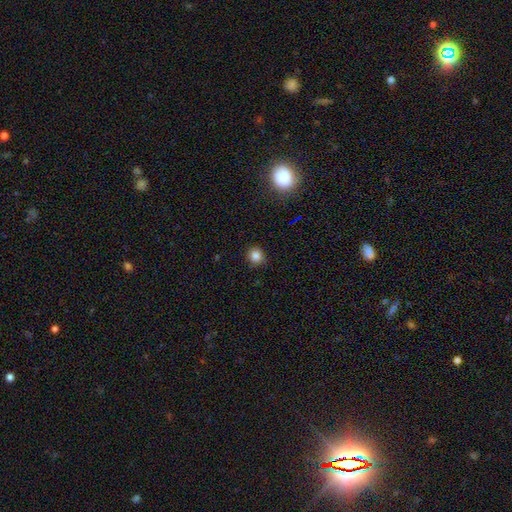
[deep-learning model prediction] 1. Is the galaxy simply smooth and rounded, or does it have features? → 82% smooth, 13% star or artifact, 5% featured or disk.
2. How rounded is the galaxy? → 89% round, 10% in between, 1% cigar-shaped.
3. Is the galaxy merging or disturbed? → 88% none, 8% minor disturbance, 2% major disturbance, 1% merger.